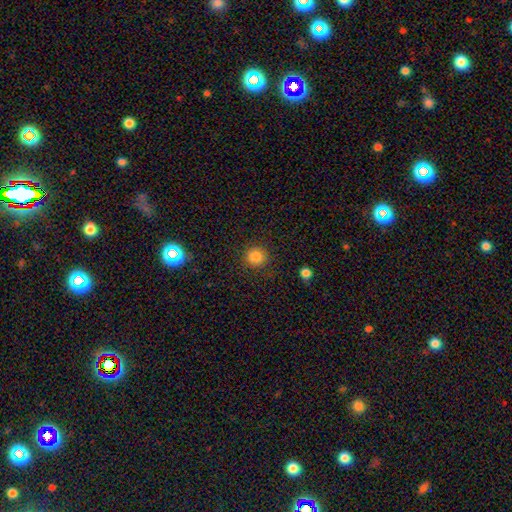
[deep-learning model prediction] This appears to be a smooth galaxy with no disk features (84%) that is round (92%). Merging: none (88%).